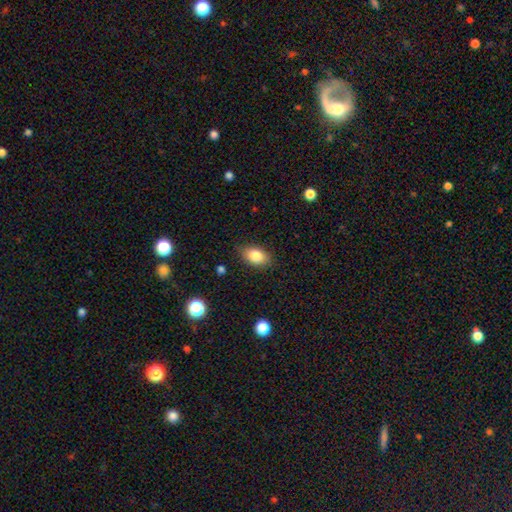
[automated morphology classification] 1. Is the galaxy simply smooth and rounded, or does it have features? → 84% smooth, 8% star or artifact, 8% featured or disk.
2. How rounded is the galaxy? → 85% in between, 13% round, 2% cigar-shaped.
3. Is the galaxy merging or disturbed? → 83% none, 13% minor disturbance, 3% major disturbance, 1% merger.